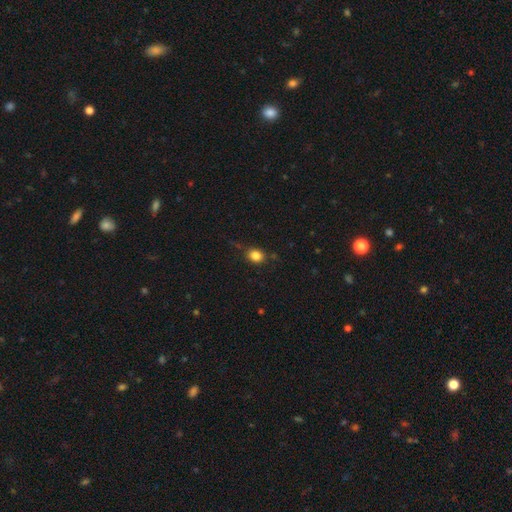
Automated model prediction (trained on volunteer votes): Smooth or featured? Predicted: smooth (p=0.84). How rounded? Predicted: round (p=0.59). Merging? Predicted: none (p=0.81).